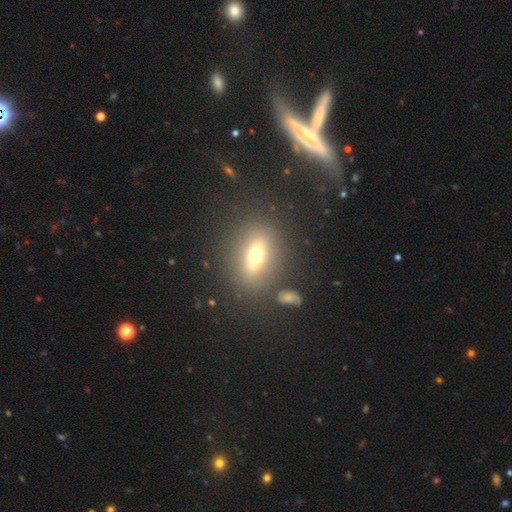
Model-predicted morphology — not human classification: Smooth or featured?
  - smooth: 58% *
  - featured or disk: 29%
  - star or artifact: 14%
How rounded?
  - in between: 63% *
  - round: 24%
  - cigar-shaped: 14%
Merging?
  - none: 80% *
  - minor disturbance: 10%
  - major disturbance: 6%
  - merger: 5%